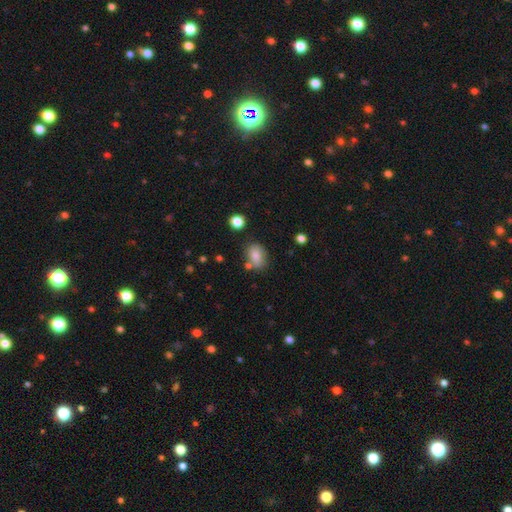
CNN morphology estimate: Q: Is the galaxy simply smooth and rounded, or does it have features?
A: smooth — 79%.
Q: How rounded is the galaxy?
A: in between — 71%.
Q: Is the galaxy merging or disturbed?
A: none — 71%.